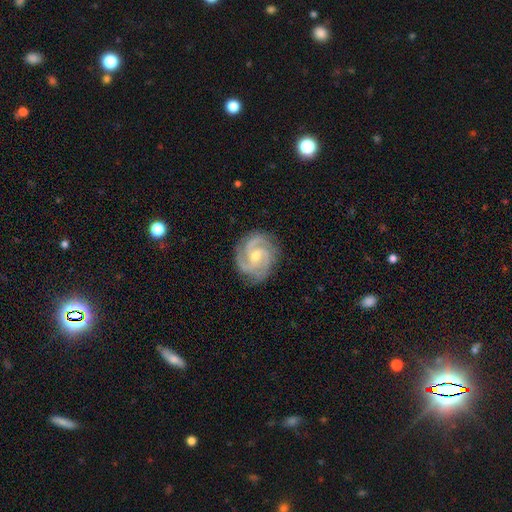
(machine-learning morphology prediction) Smooth or featured? featured or disk (91%)
Edge-on disk? no (98%)
Bar? no (43%, tied with weak)
Spiral arms? yes (98%)
Spiral winding? tight (56%)
Spiral arm count? 3 (53%)
Bulge size? small (49%)
Merging? none (83%)